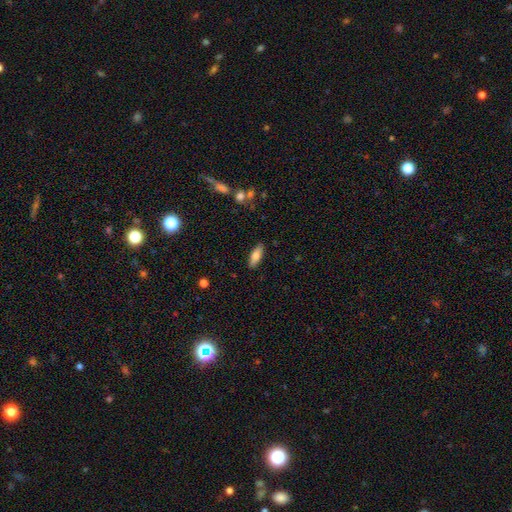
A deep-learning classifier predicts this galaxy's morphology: smooth_or_featured: smooth (p=0.77) [alt: featured or disk p=0.17]
how_rounded: in between (p=0.66) [alt: cigar-shaped p=0.32]
merging: none (p=0.87) [alt: minor disturbance p=0.09]